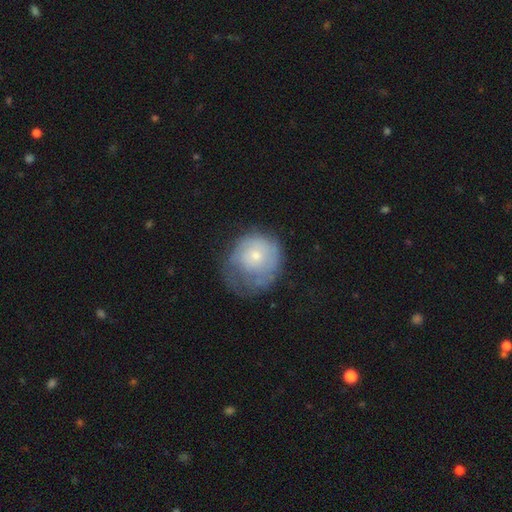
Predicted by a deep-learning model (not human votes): smooth_or_featured: featured or disk (p=0.47) [alt: smooth p=0.45]
merging: none (p=0.38) [alt: minor disturbance p=0.30]